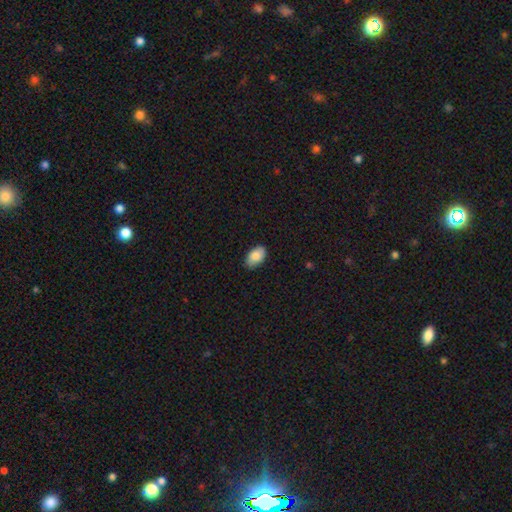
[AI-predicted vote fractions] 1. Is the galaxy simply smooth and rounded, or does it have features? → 85% smooth, 8% featured or disk, 6% star or artifact.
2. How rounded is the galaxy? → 93% in between, 5% round, 1% cigar-shaped.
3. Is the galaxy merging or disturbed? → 85% none, 12% minor disturbance, 2% major disturbance, 1% merger.